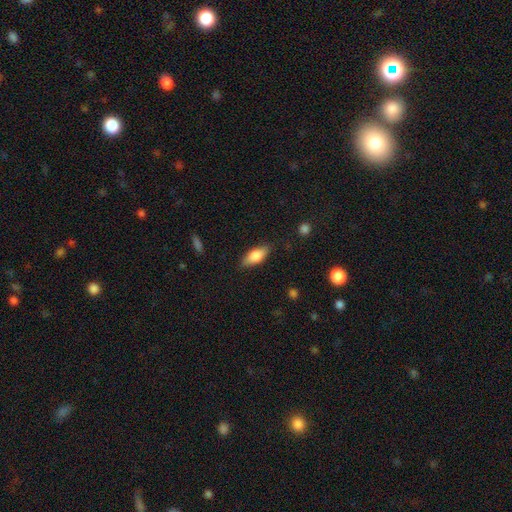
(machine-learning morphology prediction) Smooth or featured: smooth — 72% (featured or disk — 21%)
How rounded: in between — 77% (cigar-shaped — 20%)
Merging: none — 82% (minor disturbance — 13%)